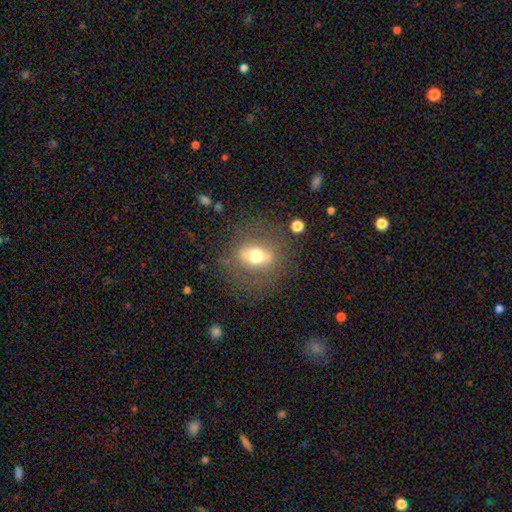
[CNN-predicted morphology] smooth_or_featured: smooth (p=0.48) [alt: featured or disk p=0.40]
merging: none (p=0.78) [alt: minor disturbance p=0.12]